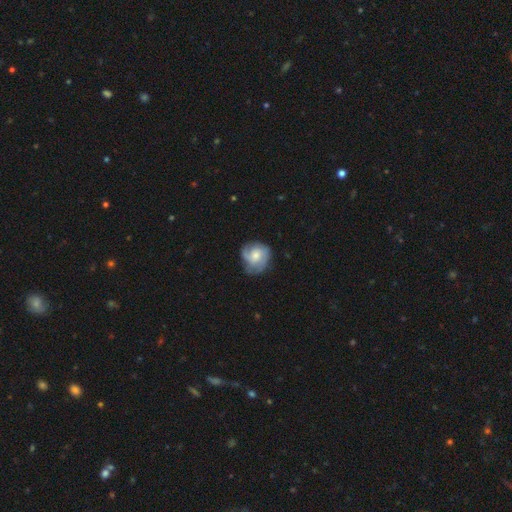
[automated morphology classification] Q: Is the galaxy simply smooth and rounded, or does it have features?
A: featured or disk — 64%.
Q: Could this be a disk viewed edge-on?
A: no — 98%.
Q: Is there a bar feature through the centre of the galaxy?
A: no — 69%.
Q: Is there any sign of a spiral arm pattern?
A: yes — 92%.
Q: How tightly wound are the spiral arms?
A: tight — 46%.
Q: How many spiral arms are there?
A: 2 — 34%.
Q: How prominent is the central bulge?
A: moderate — 55%.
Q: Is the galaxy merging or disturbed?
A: none — 68%.